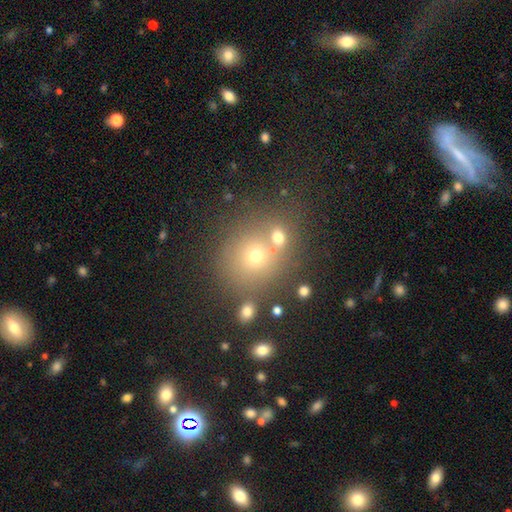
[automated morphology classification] Q: Smooth or featured?
A: smooth (64%); runner-up: star or artifact (21%)
Q: How rounded?
A: round (82%); runner-up: in between (17%)
Q: Merging?
A: none (58%); runner-up: merger (28%)